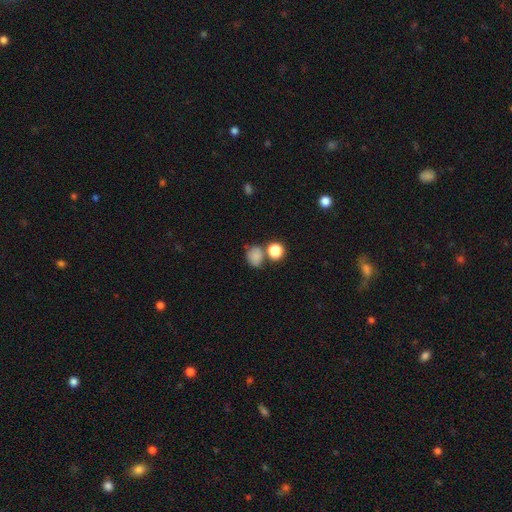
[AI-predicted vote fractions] Smooth or featured?
  - smooth: 81% *
  - star or artifact: 12%
  - featured or disk: 7%
How rounded?
  - round: 63% *
  - in between: 36%
  - cigar-shaped: 1%
Merging?
  - none: 56% *
  - merger: 23%
  - minor disturbance: 15%
  - major disturbance: 5%